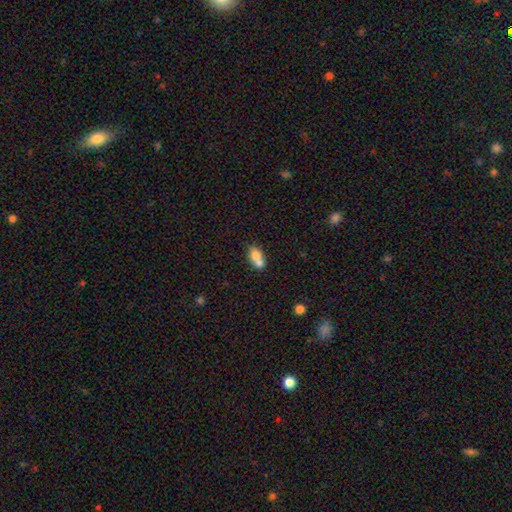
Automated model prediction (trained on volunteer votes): smooth_or_featured: smooth (p=0.72) [alt: featured or disk p=0.19]
how_rounded: in between (p=0.69) [alt: round p=0.28]
merging: merger (p=0.63) [alt: none p=0.26]